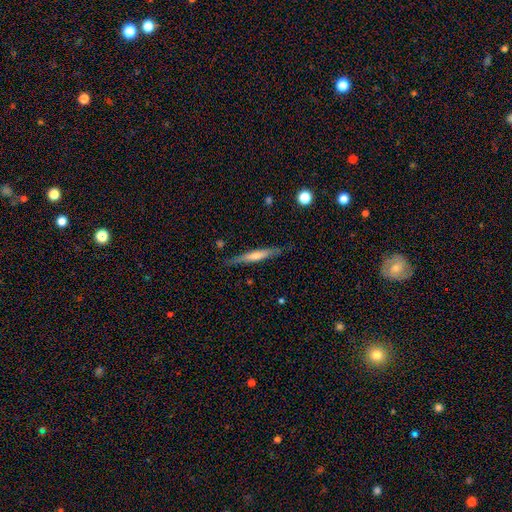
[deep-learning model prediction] Overall: featured or disk (50%; smooth 44%). Edge-on disk: yes (93%). Merging: none (83%).